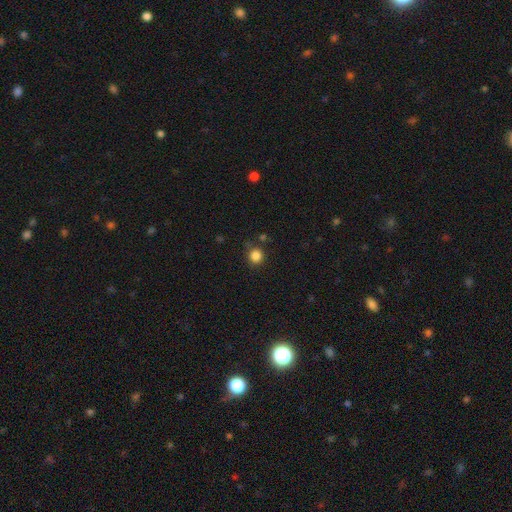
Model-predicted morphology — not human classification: A smooth galaxy with no disk features (85%) that is round (90%). Merging: none (81%).